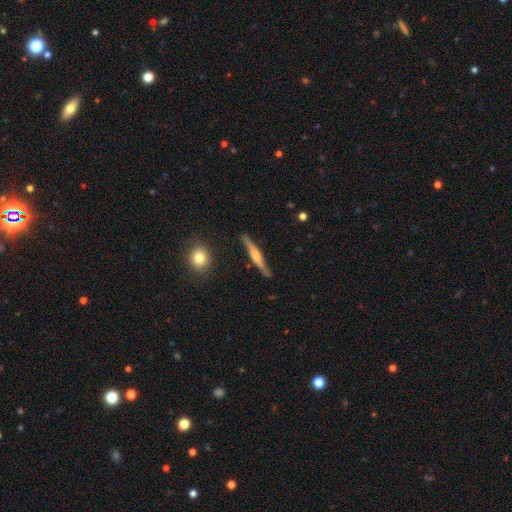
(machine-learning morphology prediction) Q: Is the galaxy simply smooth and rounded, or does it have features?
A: featured or disk — 65%.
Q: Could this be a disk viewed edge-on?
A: yes — 90%.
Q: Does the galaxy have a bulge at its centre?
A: rounded — 58%.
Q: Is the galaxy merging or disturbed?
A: none — 80%.